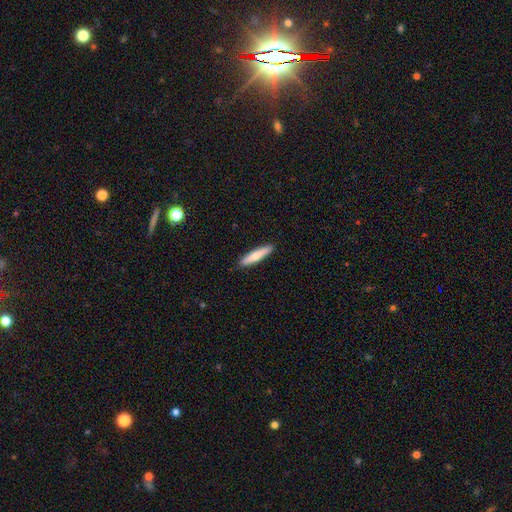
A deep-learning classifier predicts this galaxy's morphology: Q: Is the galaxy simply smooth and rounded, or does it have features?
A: smooth — 70%.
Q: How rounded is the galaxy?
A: cigar-shaped — 88%.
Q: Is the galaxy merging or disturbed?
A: none — 91%.